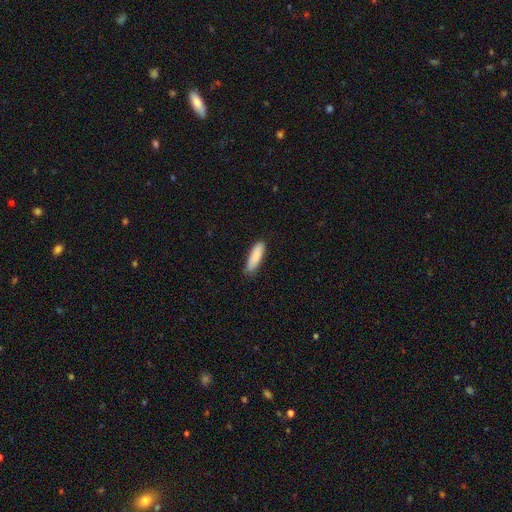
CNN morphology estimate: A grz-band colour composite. It shows a smooth galaxy with no disk features (88%) that is cigar-shaped (63%). Merging: none (81%).